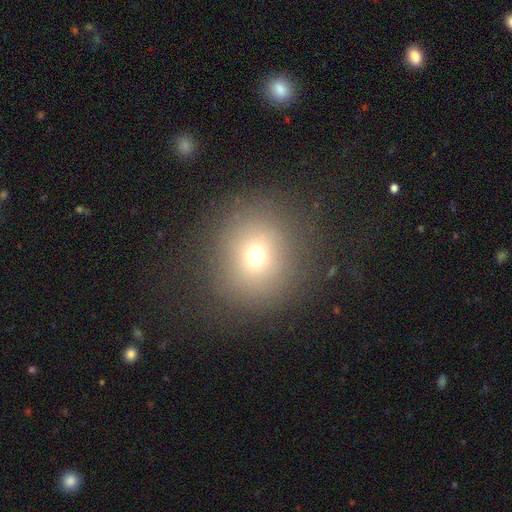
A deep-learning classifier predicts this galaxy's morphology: A smooth galaxy with no disk features (70%) that is round (87%).

Vote fractions:
- Smooth or featured? smooth: 70% / star or artifact: 19% / featured or disk: 12%
- How rounded? round: 87% / in between: 12% / cigar-shaped: 1%
- Merging? none: 85% / minor disturbance: 9% / major disturbance: 5% / merger: 1%